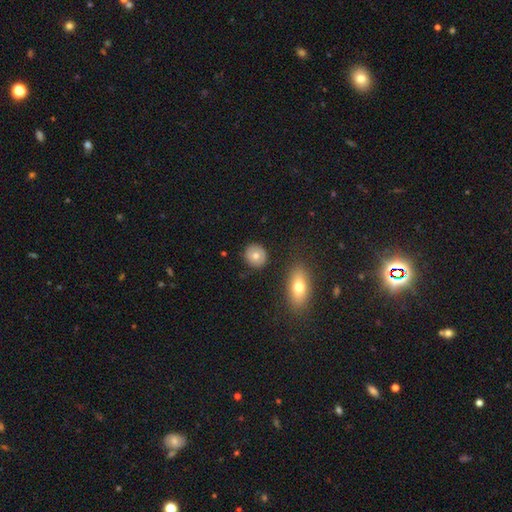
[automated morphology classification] smooth 76%, featured or disk 16%, star or artifact 8%. Down the decision tree: how rounded — round (78%); merging — none (85%).